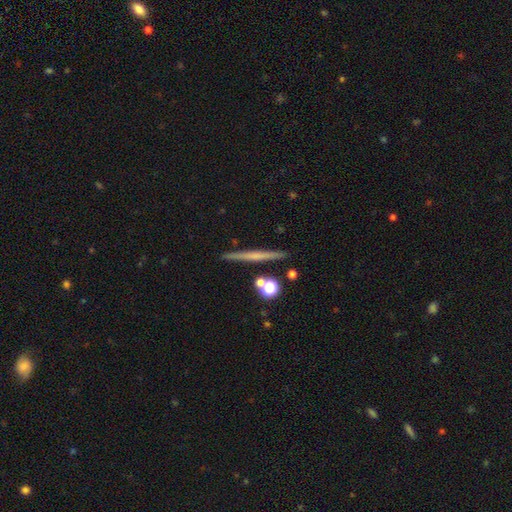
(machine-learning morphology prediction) Q: Smooth or featured?
A: featured or disk (53%); runner-up: smooth (39%)
Q: Edge-on disk?
A: yes (96%); runner-up: no (4%)
Q: Edge-on bulge?
A: none (76%); runner-up: rounded (18%)
Q: Merging?
A: none (87%); runner-up: minor disturbance (7%)